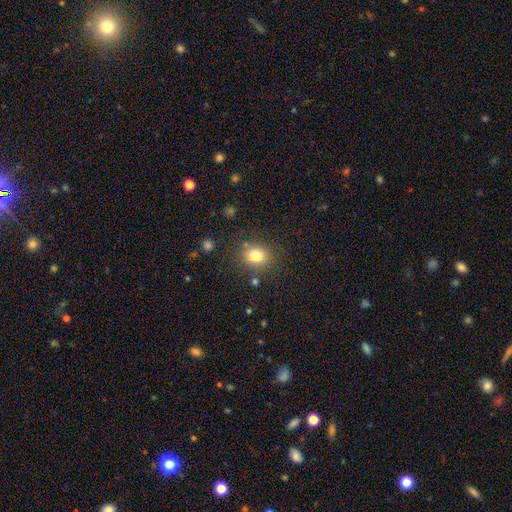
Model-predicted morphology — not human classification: Smooth or featured? Predicted: smooth (p=0.73). How rounded? Predicted: round (p=0.59). Merging? Predicted: none (p=0.78).